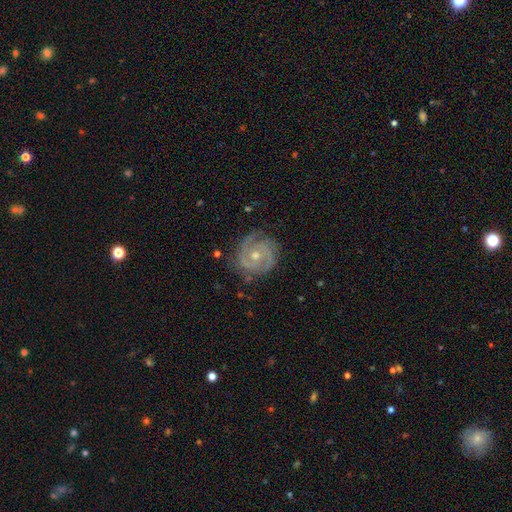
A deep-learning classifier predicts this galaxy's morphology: The model was most divided on "bulge size": moderate: 59%, small: 38%, large: 1%, none: 1%, dominant: 1%. More confident: edge-on disk — no (98%); spiral arms — yes (98%); smooth or featured — featured or disk (90%); merging — none (80%); spiral winding — tight (70%); bar — no (68%); spiral arm count — 2 (65%).